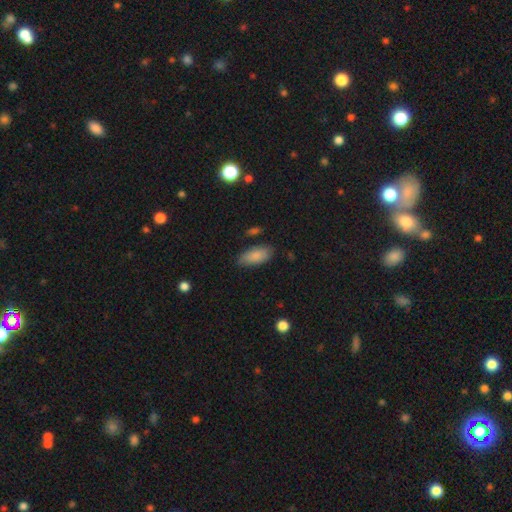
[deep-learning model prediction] Q: Smooth or featured?
A: smooth (85%); runner-up: featured or disk (8%)
Q: How rounded?
A: in between (88%); runner-up: cigar-shaped (10%)
Q: Merging?
A: none (77%); runner-up: minor disturbance (17%)